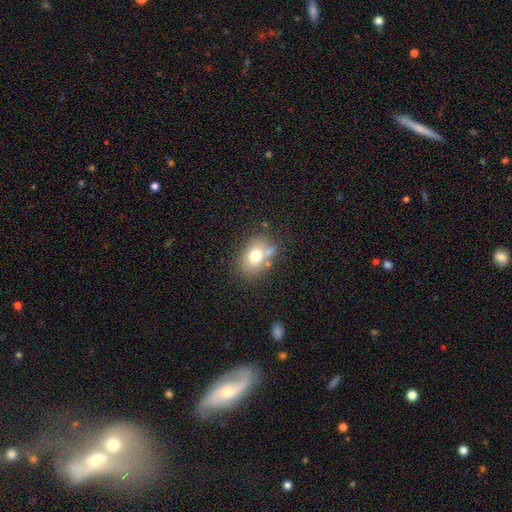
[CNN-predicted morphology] Overall: smooth (72%). How rounded: in between (67%; round 32%). Merging: none (61%).